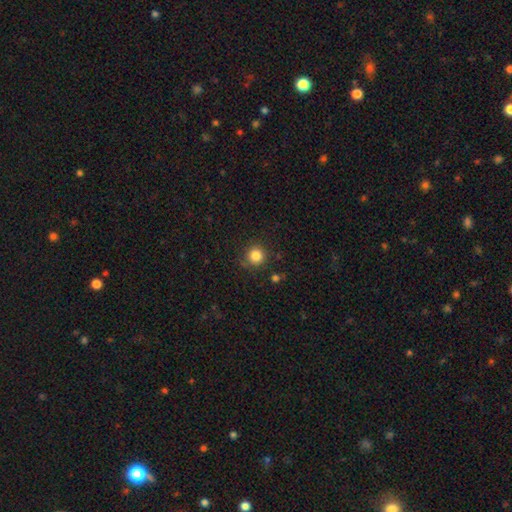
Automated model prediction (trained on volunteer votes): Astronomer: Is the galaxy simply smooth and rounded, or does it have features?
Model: smooth — 83%.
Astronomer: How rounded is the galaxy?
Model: round — 94%.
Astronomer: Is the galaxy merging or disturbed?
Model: none — 86%.